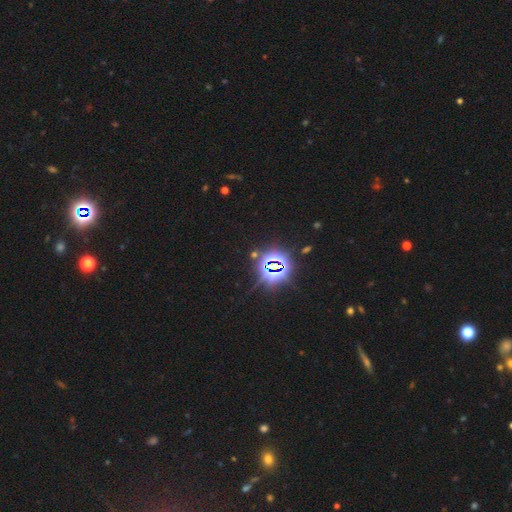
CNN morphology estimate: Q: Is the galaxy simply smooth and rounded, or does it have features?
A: star or artifact — 81%.